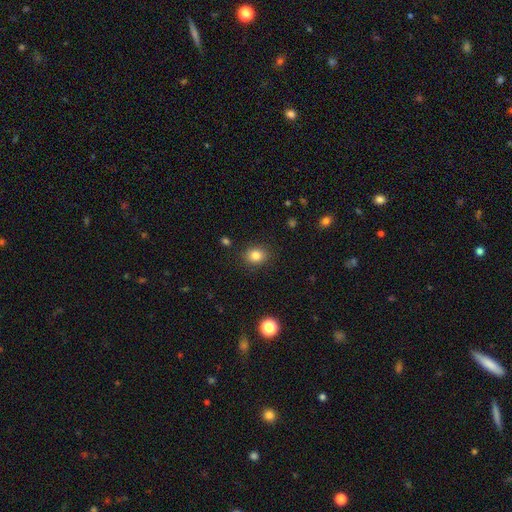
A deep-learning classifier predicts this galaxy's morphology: This appears to be a smooth galaxy with no disk features (83%) that is round (59%). Merging: none (88%).